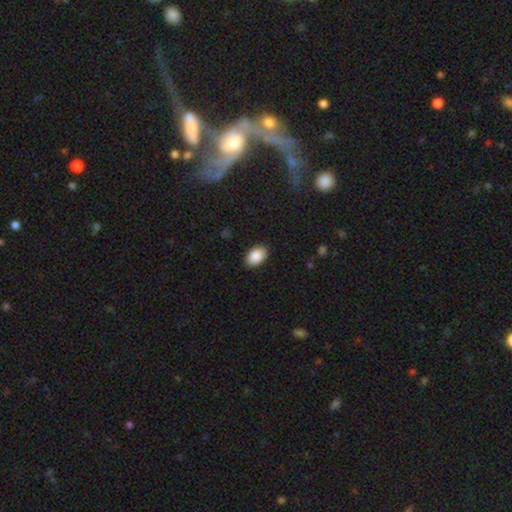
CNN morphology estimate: A smooth galaxy with no disk features (88%) that is in between round and cigar-shaped (90%).

Vote fractions:
- Smooth or featured? smooth: 88% / star or artifact: 7% / featured or disk: 5%
- How rounded? in between: 90% / round: 9% / cigar-shaped: 1%
- Merging? none: 89% / minor disturbance: 8% / major disturbance: 2% / merger: 1%